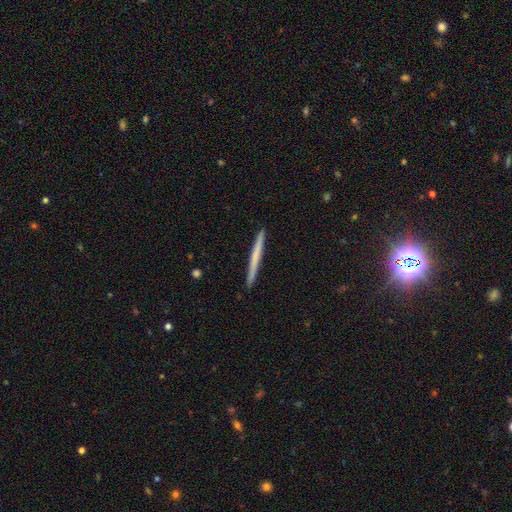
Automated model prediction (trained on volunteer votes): Overall: smooth (54%; featured or disk 40%). How rounded: cigar-shaped (97%). Merging: none (93%).